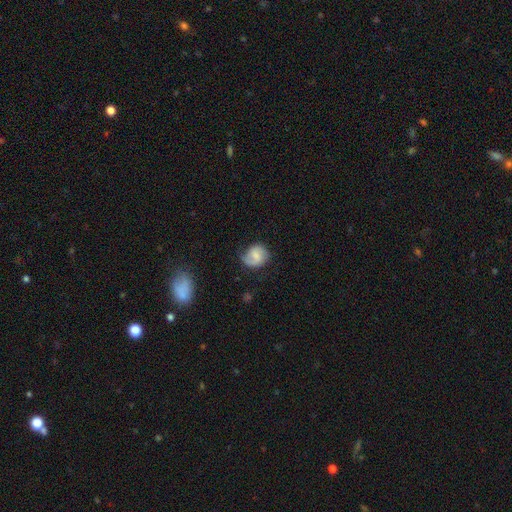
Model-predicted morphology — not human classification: Q: Smooth or featured?
A: smooth (48%); runner-up: featured or disk (44%)
Q: Merging?
A: none (64%); runner-up: minor disturbance (26%)